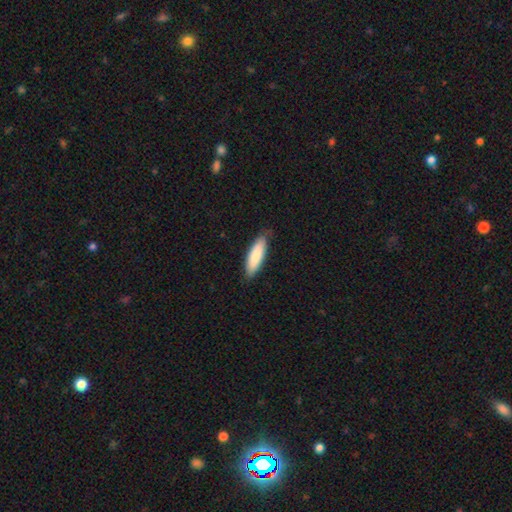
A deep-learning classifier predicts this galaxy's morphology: A smooth galaxy with no disk features (83%) that is cigar-shaped (50%). Merging: none (81%).